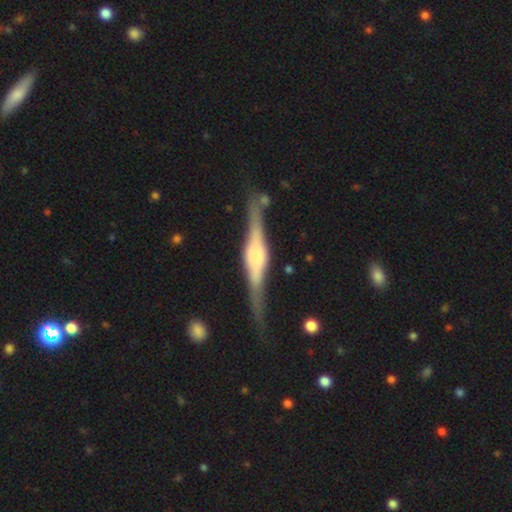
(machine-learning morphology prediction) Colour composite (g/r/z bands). It shows a featured or disk galaxy (82%) viewed edge-on (97%) with a rounded central bulge (65%). Merging: none (79%).